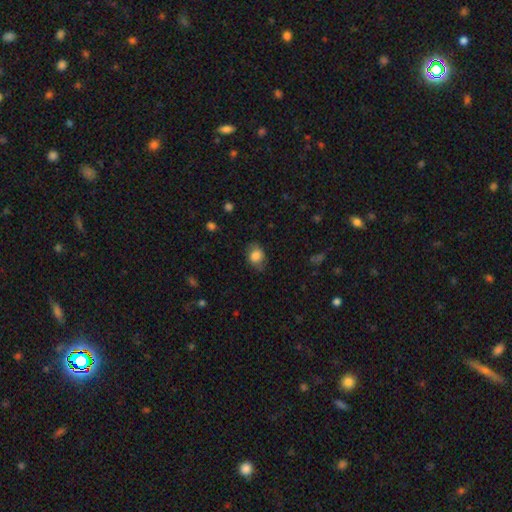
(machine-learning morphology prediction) Smooth or featured? Predicted: smooth (p=0.79). How rounded? Predicted: in between (p=0.56). Merging? Predicted: none (p=0.69).